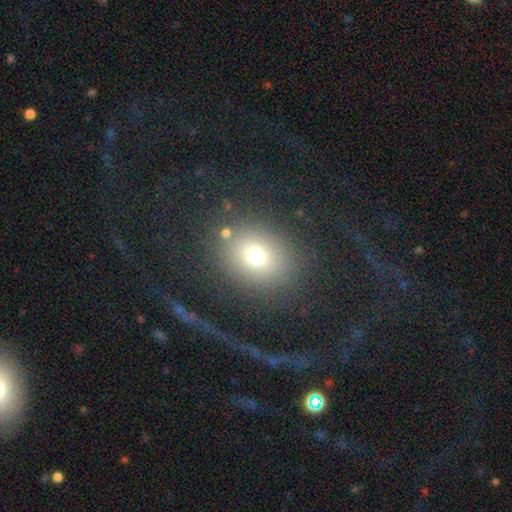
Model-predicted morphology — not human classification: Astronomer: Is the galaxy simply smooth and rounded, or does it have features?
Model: smooth — 70%.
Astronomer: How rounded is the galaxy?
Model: round — 60% (runner-up: in between, 39%).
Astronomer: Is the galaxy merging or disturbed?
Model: none — 70%.